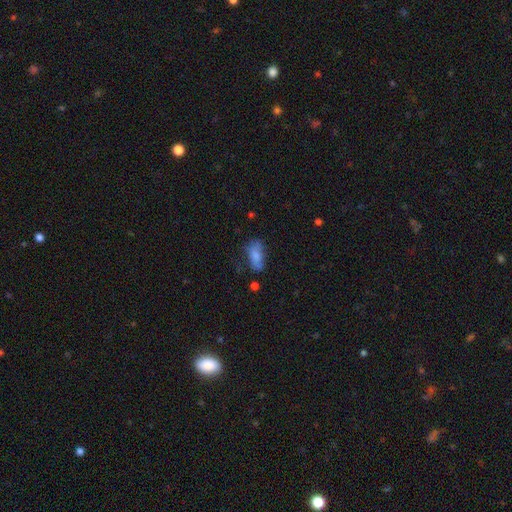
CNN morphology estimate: Smooth or featured?
  - smooth: 73% *
  - featured or disk: 18%
  - star or artifact: 9%
How rounded?
  - in between: 85% *
  - cigar-shaped: 11%
  - round: 4%
Merging?
  - none: 52% *
  - minor disturbance: 29%
  - major disturbance: 14%
  - merger: 4%